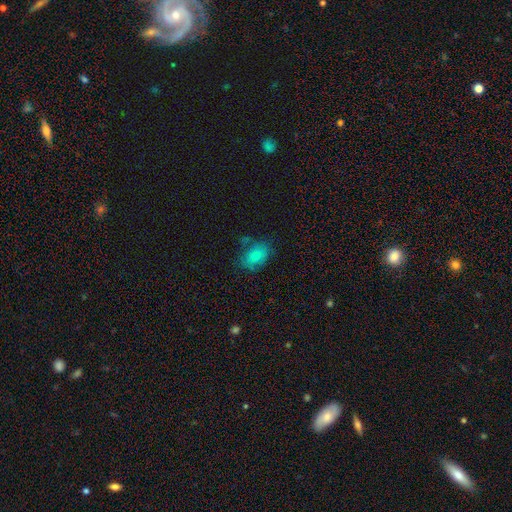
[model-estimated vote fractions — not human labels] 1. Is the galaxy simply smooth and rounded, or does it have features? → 82% smooth, 9% star or artifact, 9% featured or disk.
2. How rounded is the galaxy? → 83% in between, 15% round, 1% cigar-shaped.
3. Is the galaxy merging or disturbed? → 61% none, 23% minor disturbance, 9% major disturbance, 7% merger.